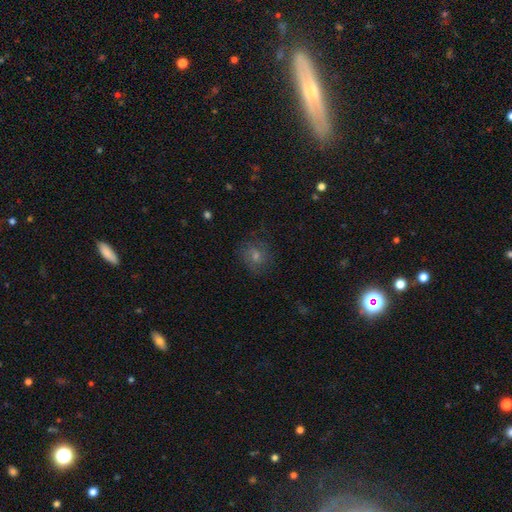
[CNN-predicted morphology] A featured or disk galaxy (36%). Merging: none (79%).